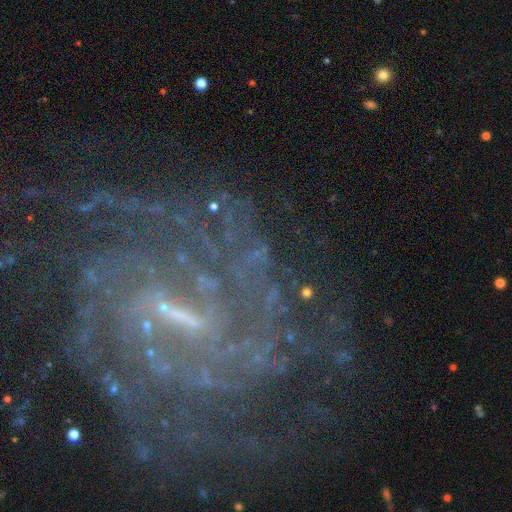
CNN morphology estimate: Smooth or featured?
  - featured or disk: 76% *
  - star or artifact: 17%
  - smooth: 8%
Edge-on disk?
  - no: 95% *
  - yes: 5%
Bar?
  - strong: 44% *
  - weak: 35%
  - no: 21%
Spiral arms?
  - yes: 88% *
  - no: 12%
Spiral winding?
  - tight: 55% *
  - medium: 31%
  - loose: 14%
Spiral arm count?
  - can't tell: 37% *
  - 2: 19%
  - 3: 13%
  - 4: 11%
  - more than 4: 10%
  - 1: 10%
Bulge size?
  - small: 50% *
  - none: 24%
  - moderate: 22%
  - large: 3%
  - dominant: 2%
Merging?
  - none: 65% *
  - minor disturbance: 16%
  - major disturbance: 16%
  - merger: 4%